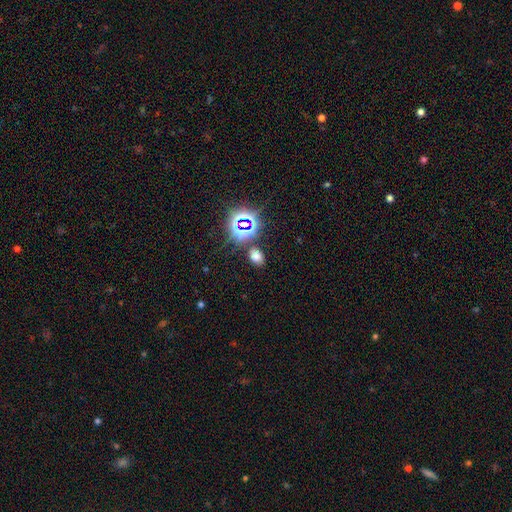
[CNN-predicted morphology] Overall: smooth (62%; star or artifact 31%). How rounded: in between (75%). Merging: none (81%).